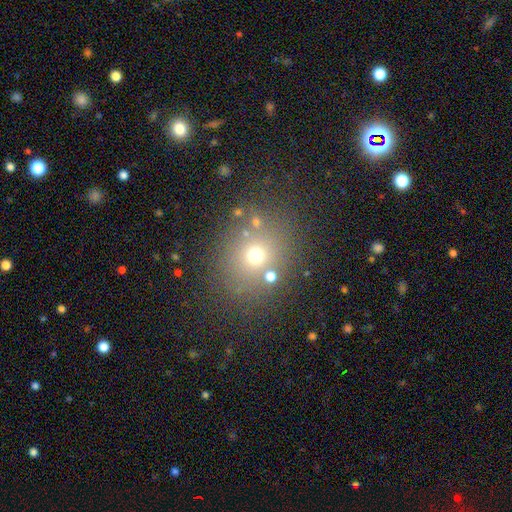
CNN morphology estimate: smooth_or_featured: smooth (p=0.63) [alt: star or artifact p=0.24]
how_rounded: round (p=0.77) [alt: in between p=0.22]
merging: none (p=0.76) [alt: minor disturbance p=0.11]